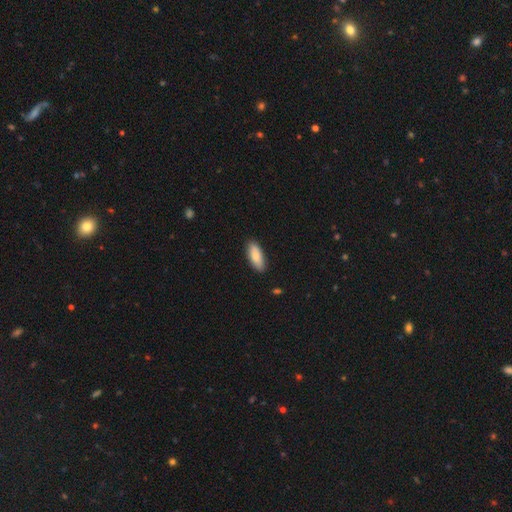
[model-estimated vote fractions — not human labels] Overall: smooth (83%). How rounded: in between (79%). Merging: none (87%).